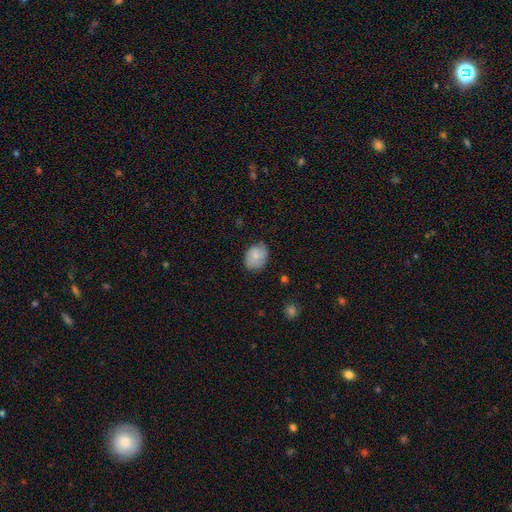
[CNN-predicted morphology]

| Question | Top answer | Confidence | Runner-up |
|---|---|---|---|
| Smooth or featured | smooth | 73% | featured or disk (20%) |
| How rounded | in between | 55% | round (44%) |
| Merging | none | 68% | minor disturbance (26%) |